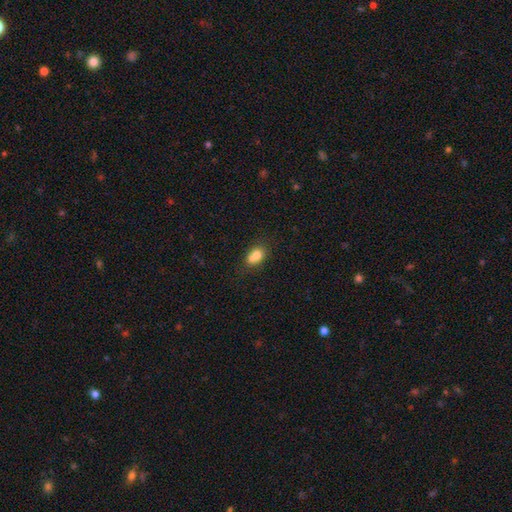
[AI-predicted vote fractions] Smooth or featured: smooth — 75% (featured or disk — 15%)
How rounded: in between — 65% (round — 32%)
Merging: none — 42% (merger — 39%)